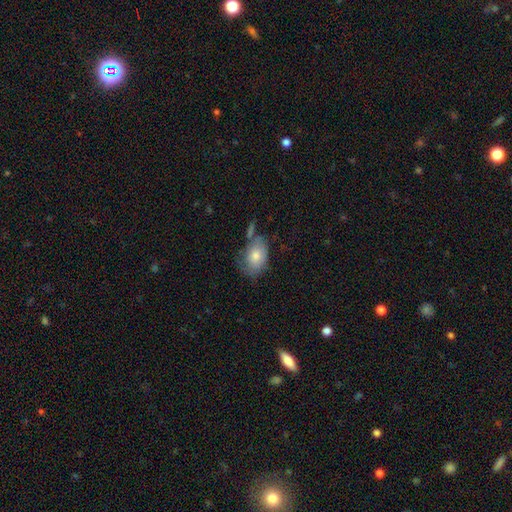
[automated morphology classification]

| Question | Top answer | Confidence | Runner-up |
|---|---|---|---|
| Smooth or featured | smooth | 70% | featured or disk (22%) |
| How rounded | in between | 83% | round (15%) |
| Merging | none | 51% | minor disturbance (27%) |